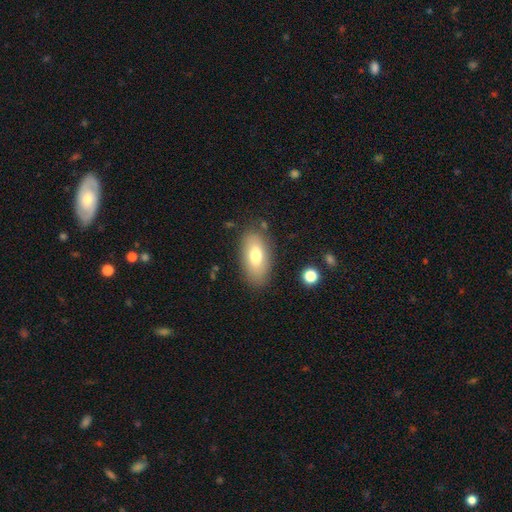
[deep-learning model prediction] smooth_or_featured: smooth (p=0.73) [alt: featured or disk p=0.19]
how_rounded: in between (p=0.91) [alt: cigar-shaped p=0.05]
merging: none (p=0.82) [alt: minor disturbance p=0.12]